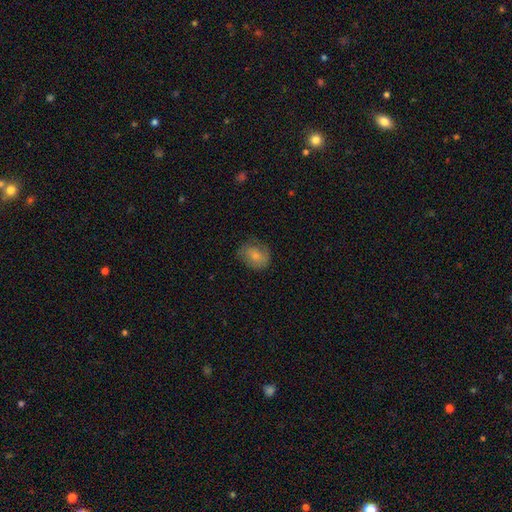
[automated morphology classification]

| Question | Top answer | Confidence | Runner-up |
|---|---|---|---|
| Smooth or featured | smooth | 73% | featured or disk (19%) |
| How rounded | round | 50% | in between (49%) |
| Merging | none | 69% | minor disturbance (23%) |